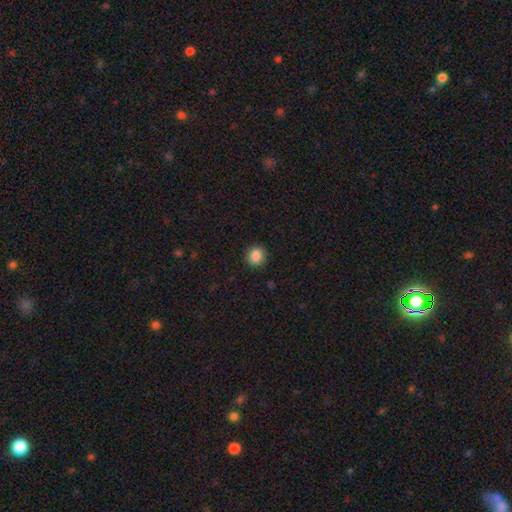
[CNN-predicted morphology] Smooth or featured: smooth — 86% (star or artifact — 9%)
How rounded: round — 83% (in between — 16%)
Merging: none — 89% (minor disturbance — 8%)